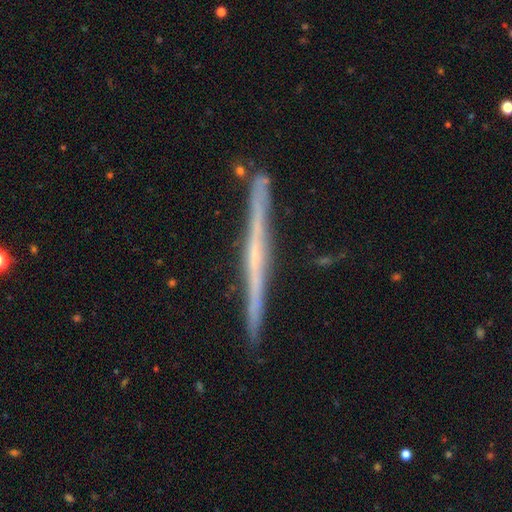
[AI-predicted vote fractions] Morphology: type=featured or disk (75%); edge-on=yes (98%); edge-on bulge=none (68%); merging=none (89%).